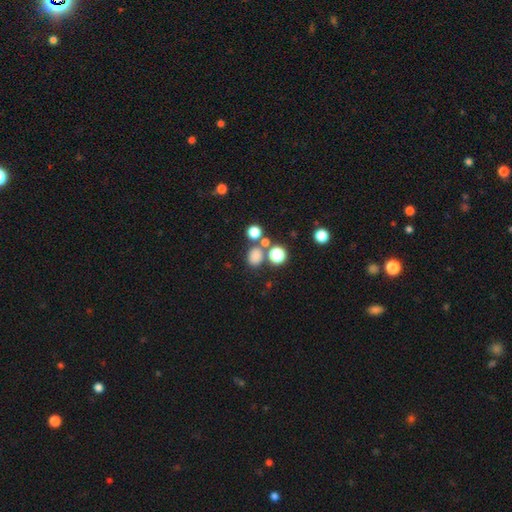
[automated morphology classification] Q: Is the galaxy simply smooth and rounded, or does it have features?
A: smooth — 75%.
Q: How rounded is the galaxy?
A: round — 60%.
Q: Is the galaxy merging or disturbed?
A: none — 67%.